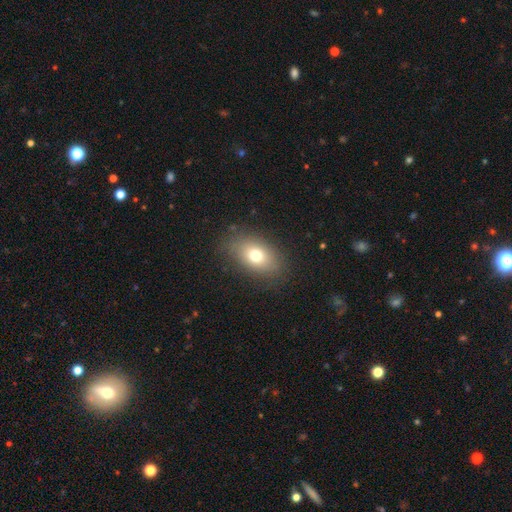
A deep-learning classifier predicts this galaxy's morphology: The model was most divided on "smooth or featured": smooth: 73%, featured or disk: 16%, star or artifact: 11%. More confident: merging — none (83%); how rounded — in between (82%).